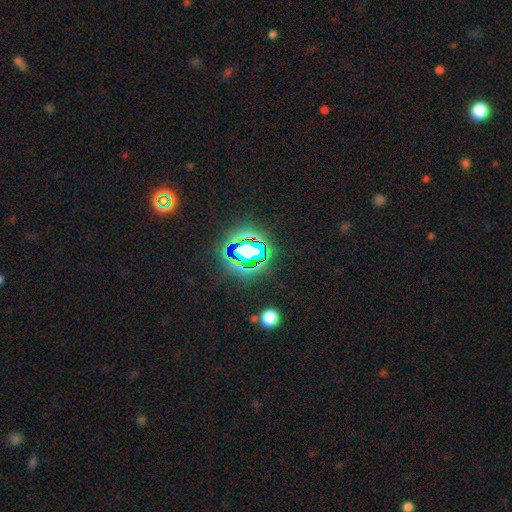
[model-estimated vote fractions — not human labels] smooth_or_featured: star or artifact (p=0.83) [alt: smooth p=0.11]